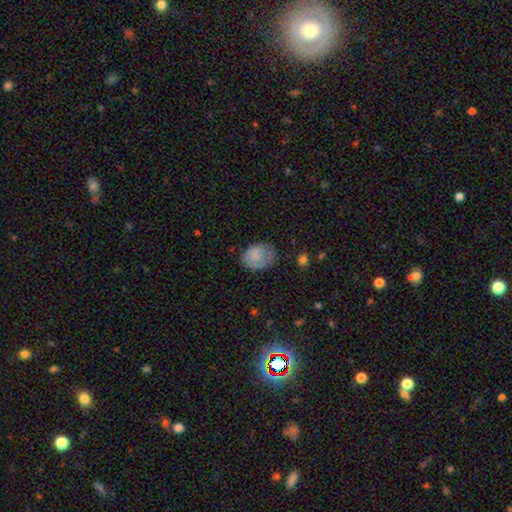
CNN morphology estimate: smooth_or_featured: smooth (p=0.73) [alt: featured or disk p=0.19]
how_rounded: in between (p=0.56) [alt: round p=0.43]
merging: none (p=0.51) [alt: minor disturbance p=0.32]